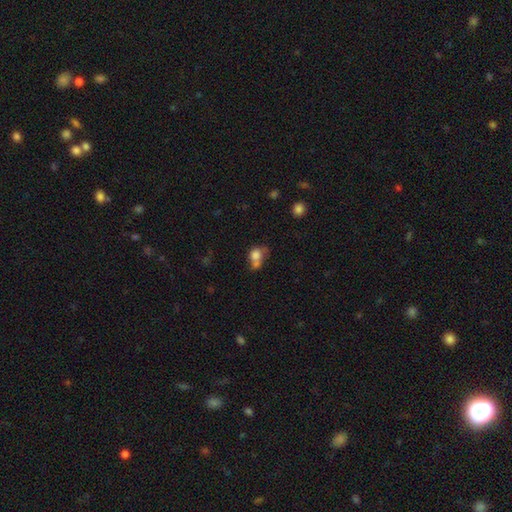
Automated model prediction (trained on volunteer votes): Smooth or featured? Predicted: smooth (p=0.76). How rounded? Predicted: round (p=0.57). Merging? Predicted: merger (p=0.48).